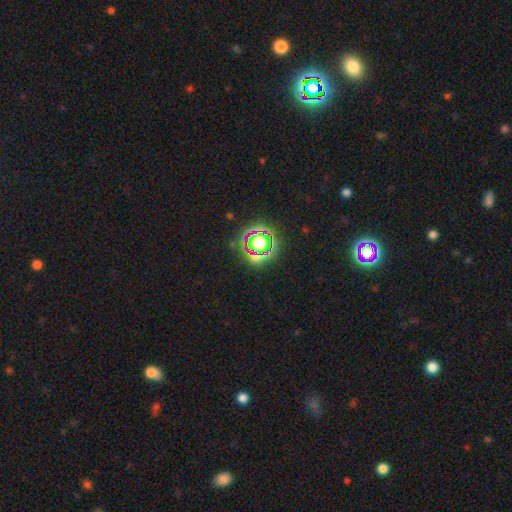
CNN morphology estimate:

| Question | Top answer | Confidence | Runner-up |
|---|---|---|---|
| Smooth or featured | star or artifact | 78% | smooth (14%) |